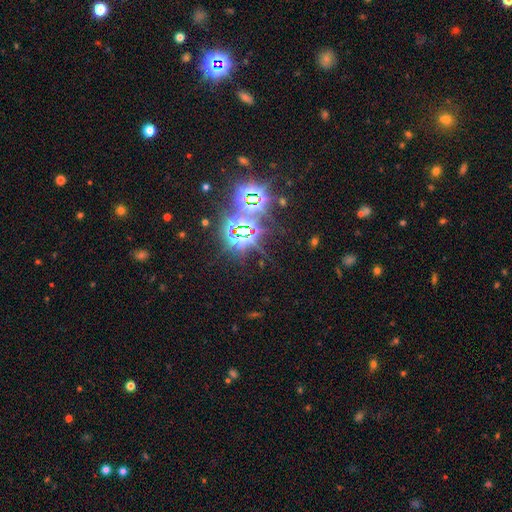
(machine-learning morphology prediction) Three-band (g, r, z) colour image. It shows a star or artifact, not a galaxy (68%).